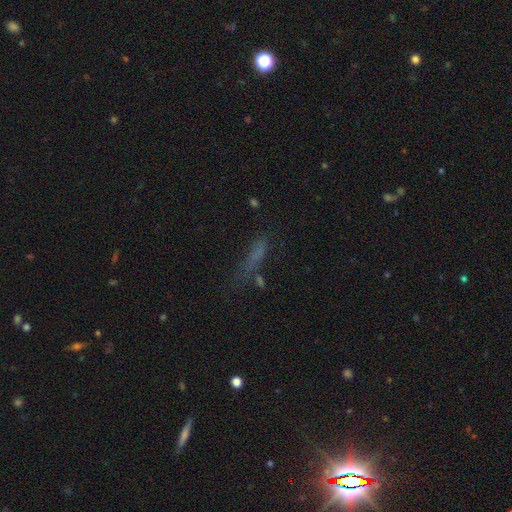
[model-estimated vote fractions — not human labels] smooth_or_featured: smooth (p=0.60) [alt: star or artifact p=0.23]
how_rounded: cigar-shaped (p=0.73) [alt: in between p=0.23]
merging: none (p=0.55) [alt: minor disturbance p=0.21]